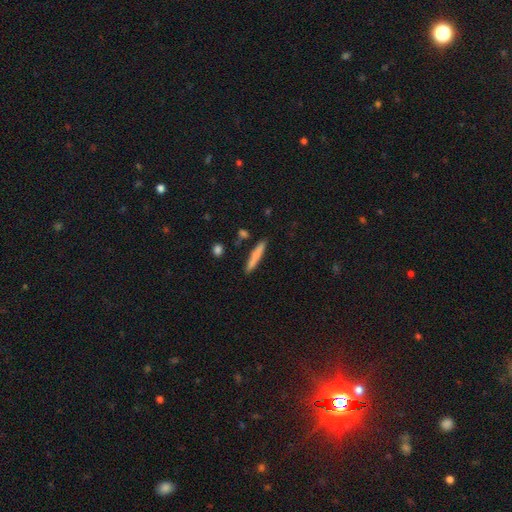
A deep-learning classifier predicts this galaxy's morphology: A smooth galaxy with no disk features (76%) that is cigar-shaped (92%). Merging: none (83%).